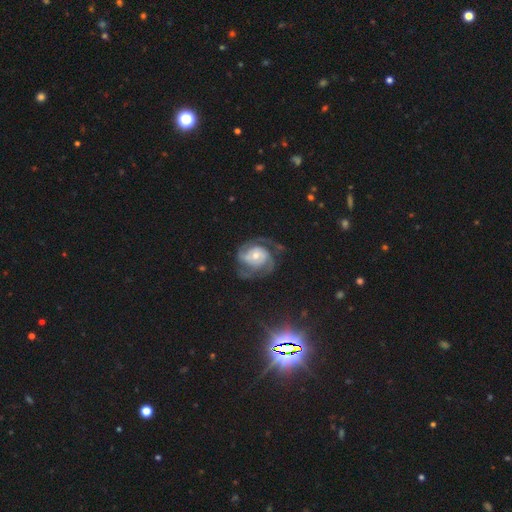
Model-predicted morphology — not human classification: type=featured or disk (86%); edge-on=no (98%); bar=no (71%); spiral arms=yes (96%); winding=tight (45%); arm count=2 (46%); bulge=small (49%); merging=none (61%).